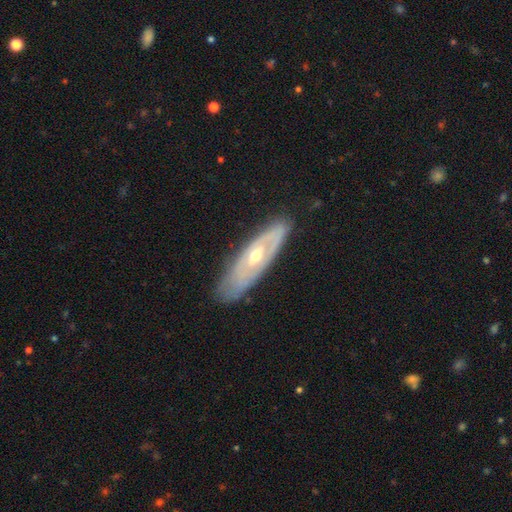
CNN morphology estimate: This is likely a featured or disk galaxy (72%). It is likely not viewed edge-on (69%). Merging: likely none (80%).